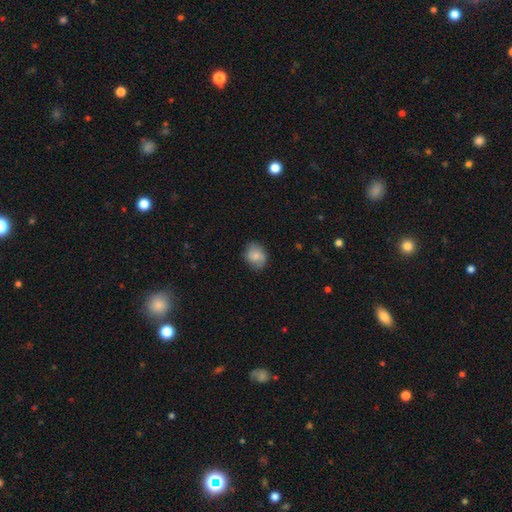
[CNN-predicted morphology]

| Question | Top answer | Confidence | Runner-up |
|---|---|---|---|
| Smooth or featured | smooth | 72% | featured or disk (20%) |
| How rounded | round | 54% | in between (45%) |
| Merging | none | 75% | minor disturbance (20%) |